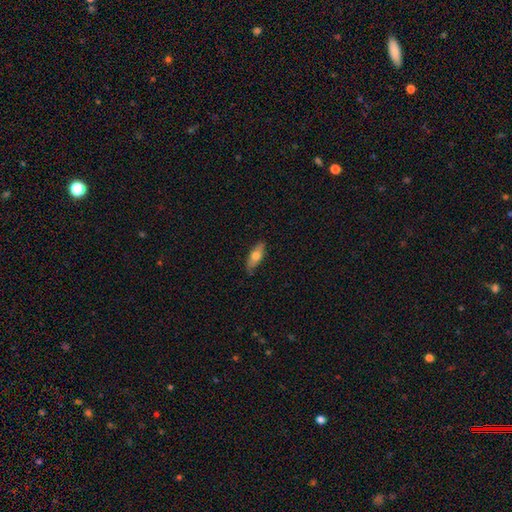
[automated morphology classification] Smooth or featured: smooth — 65% (featured or disk — 29%)
How rounded: in between — 64% (cigar-shaped — 33%)
Merging: none — 80% (minor disturbance — 16%)